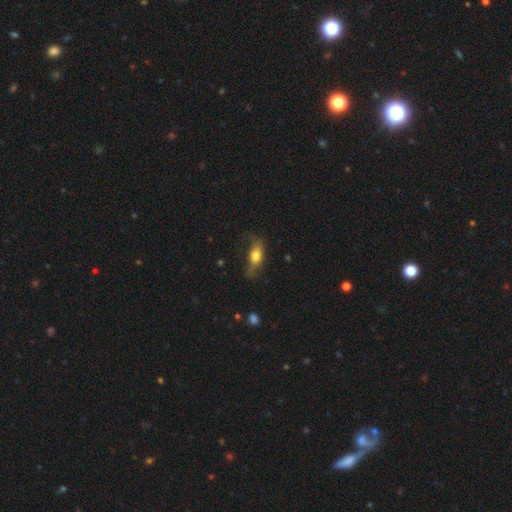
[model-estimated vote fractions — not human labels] smooth_or_featured: smooth (p=0.65) [alt: featured or disk p=0.27]
how_rounded: in between (p=0.72) [alt: cigar-shaped p=0.19]
merging: none (p=0.58) [alt: minor disturbance p=0.27]